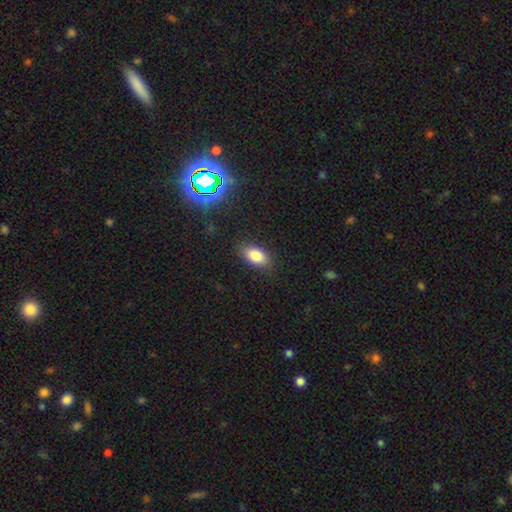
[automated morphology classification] A smooth galaxy with no disk features (82%) that is in between round and cigar-shaped (90%).

Vote fractions:
- Smooth or featured? smooth: 82% / star or artifact: 10% / featured or disk: 8%
- How rounded? in between: 90% / round: 7% / cigar-shaped: 3%
- Merging? none: 85% / minor disturbance: 11% / major disturbance: 3% / merger: 1%